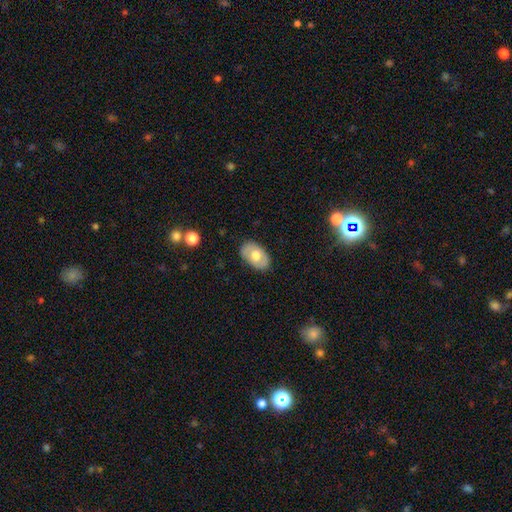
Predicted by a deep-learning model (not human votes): Overall: smooth (60%; featured or disk 34%). How rounded: in between (89%). Merging: none (84%).